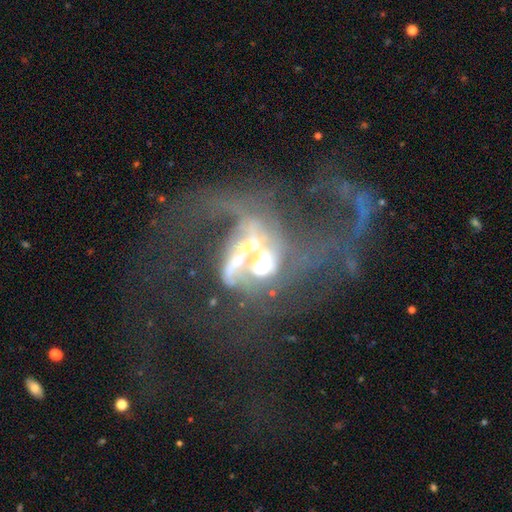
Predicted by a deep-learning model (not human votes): featured or disk 72%, star or artifact 16%, smooth 12%. Down the decision tree: edge-on disk — no (94%); bar — no (51%); spiral arms — yes (59%); bulge size — moderate (44%); merging — merger (49%).